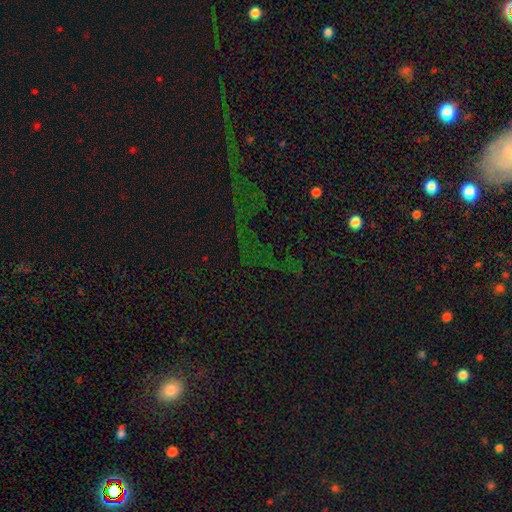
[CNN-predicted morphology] Smooth or featured? Predicted: star or artifact (p=0.67).